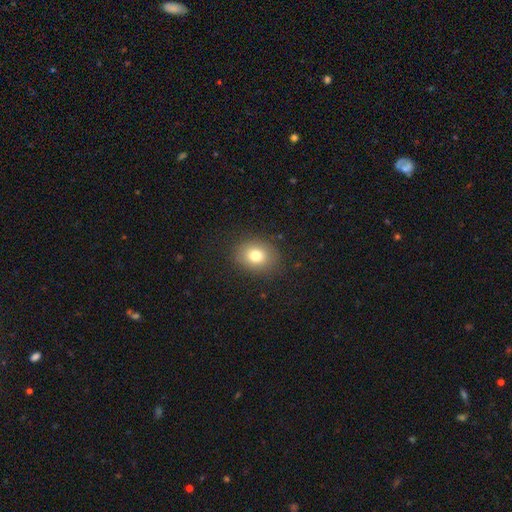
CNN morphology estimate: Smooth or featured? smooth (78%)
How rounded? round (50%)
Merging? none (86%)